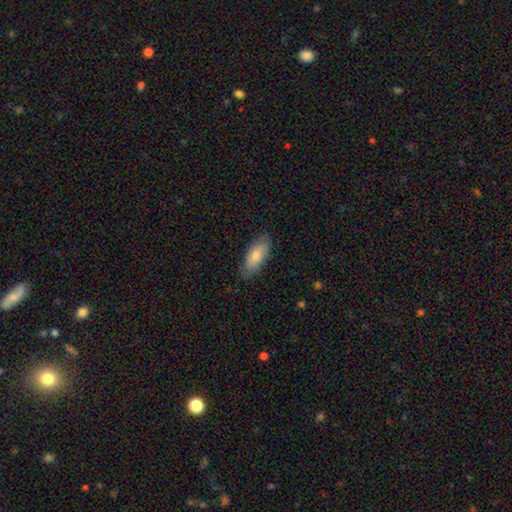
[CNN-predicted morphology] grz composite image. It shows a smooth galaxy with no disk features (73%) that is in between round and cigar-shaped (81%). Merging: none (81%).